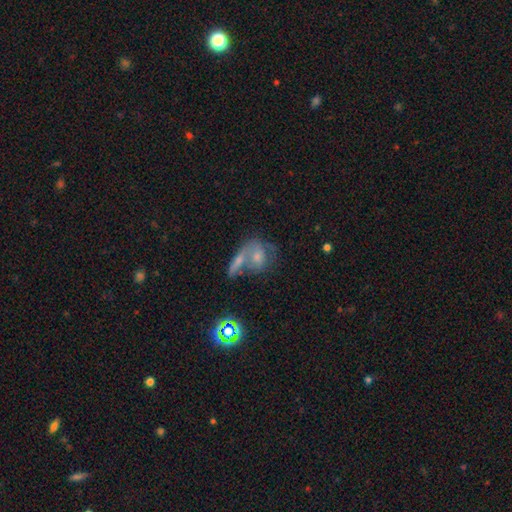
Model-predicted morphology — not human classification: smooth-or-featured: smooth: 52% | featured or disk: 35% | star or artifact: 14%
  how-rounded: in between: 48% | round: 47% | cigar-shaped: 6%
  merging: merger: 52% | none: 28% | minor disturbance: 11% | major disturbance: 9%